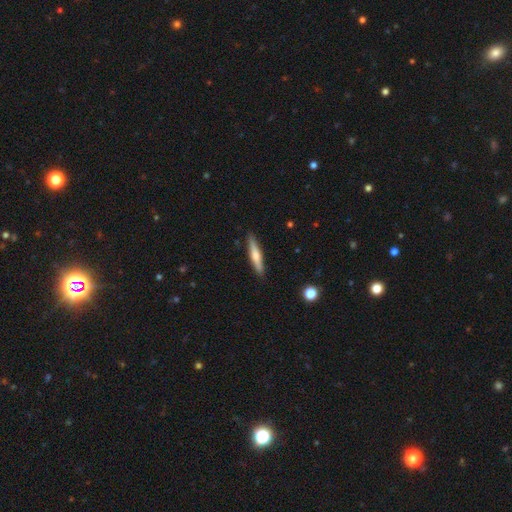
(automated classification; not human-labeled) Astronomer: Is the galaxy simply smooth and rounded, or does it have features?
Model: smooth — 53% (runner-up: featured or disk, 41%).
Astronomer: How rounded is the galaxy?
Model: cigar-shaped — 91%.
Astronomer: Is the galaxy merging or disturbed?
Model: none — 89%.